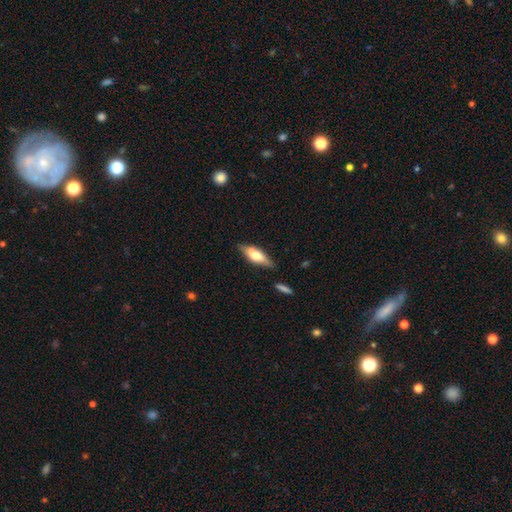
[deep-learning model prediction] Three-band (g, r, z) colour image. It shows a featured or disk galaxy (47%). Merging: none (72%).